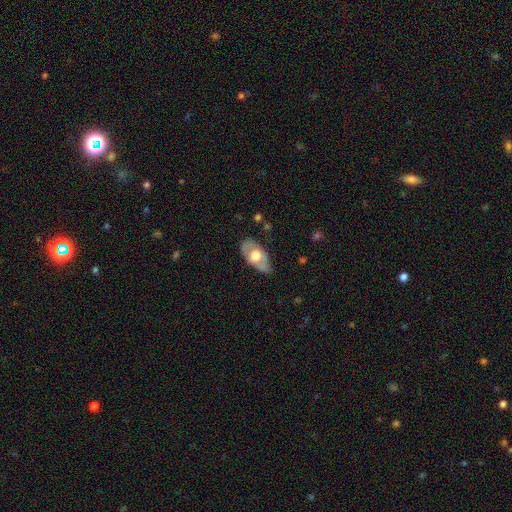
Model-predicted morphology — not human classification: smooth_or_featured: featured or disk (p=0.50) [alt: smooth p=0.45]
merging: none (p=0.66) [alt: minor disturbance p=0.25]